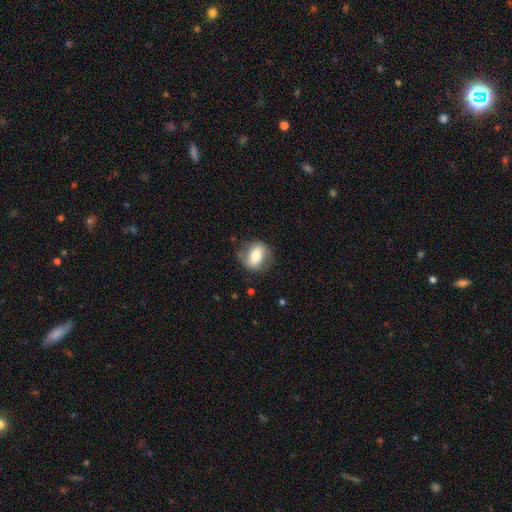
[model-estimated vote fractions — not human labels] A smooth galaxy with no disk features (61%) that is round (51%). Merging: none (73%).